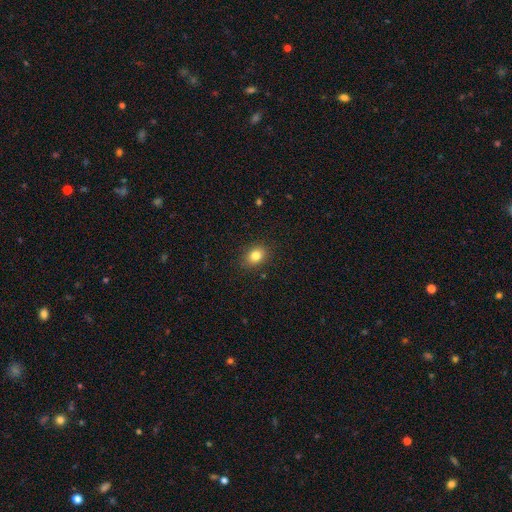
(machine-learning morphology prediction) A smooth galaxy with no disk features (82%) that is in between round and cigar-shaped (63%).

Vote fractions:
- Smooth or featured? smooth: 82% / star or artifact: 10% / featured or disk: 7%
- How rounded? in between: 63% / round: 36% / cigar-shaped: 1%
- Merging? none: 88% / minor disturbance: 9% / major disturbance: 2% / merger: 1%